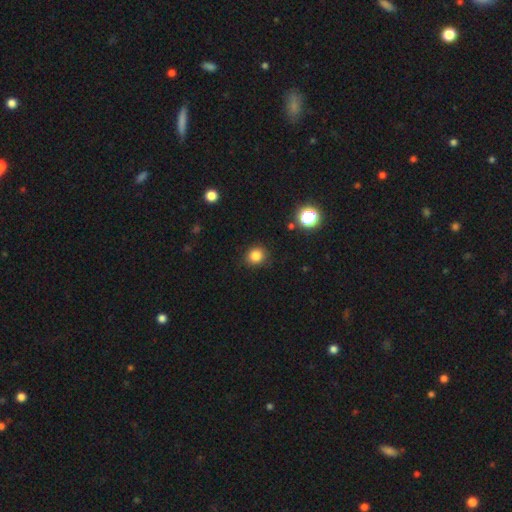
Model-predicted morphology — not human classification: The model was most divided on "how rounded": round: 84%, in between: 15%, cigar-shaped: 1%. More confident: merging — none (88%); smooth or featured — smooth (84%).